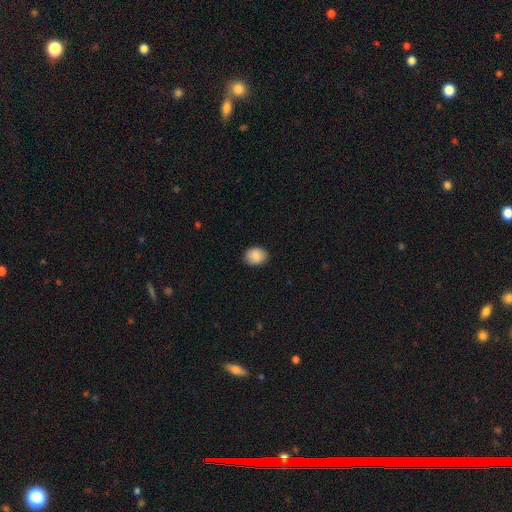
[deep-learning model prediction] Smooth or featured?
  - smooth: 88% *
  - star or artifact: 7%
  - featured or disk: 5%
How rounded?
  - in between: 53% *
  - round: 46%
  - cigar-shaped: 1%
Merging?
  - none: 87% *
  - minor disturbance: 10%
  - major disturbance: 2%
  - merger: 1%